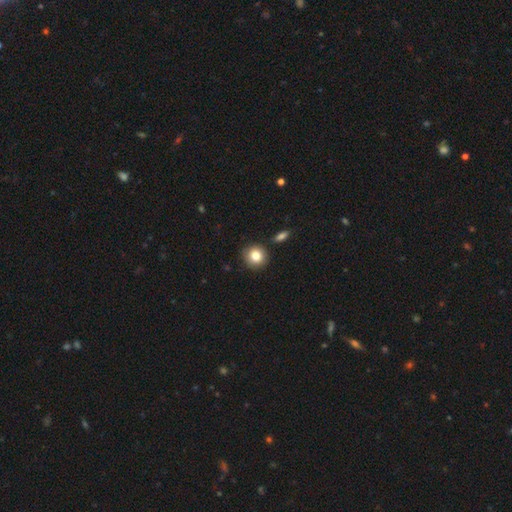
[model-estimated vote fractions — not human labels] smooth_or_featured: smooth (p=0.83) [alt: star or artifact p=0.09]
how_rounded: round (p=0.89) [alt: in between p=0.10]
merging: none (p=0.86) [alt: minor disturbance p=0.08]